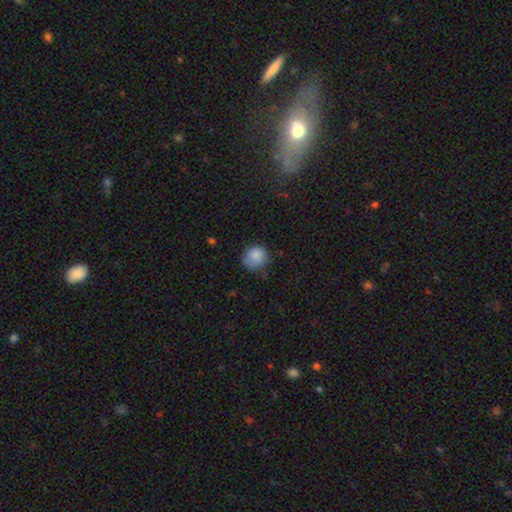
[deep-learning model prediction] smooth 85%, star or artifact 9%, featured or disk 6%. Down the decision tree: how rounded — round (84%); merging — none (66%).